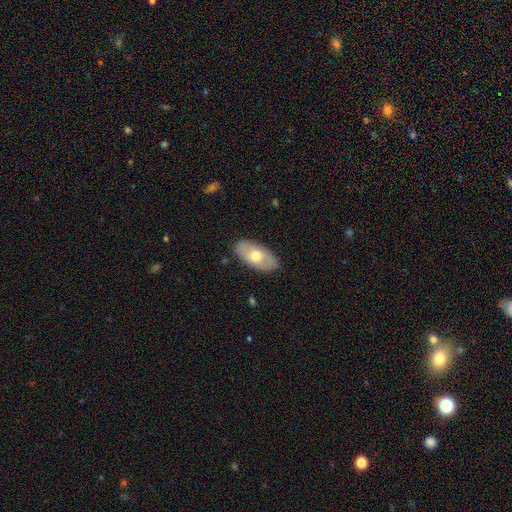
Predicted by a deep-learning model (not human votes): A smooth galaxy with no disk features (56%) that is in between round and cigar-shaped (92%).

Vote fractions:
- Smooth or featured? smooth: 56% / featured or disk: 39% / star or artifact: 6%
- How rounded? in between: 92% / round: 4% / cigar-shaped: 4%
- Merging? none: 86% / minor disturbance: 11% / major disturbance: 2% / merger: 1%